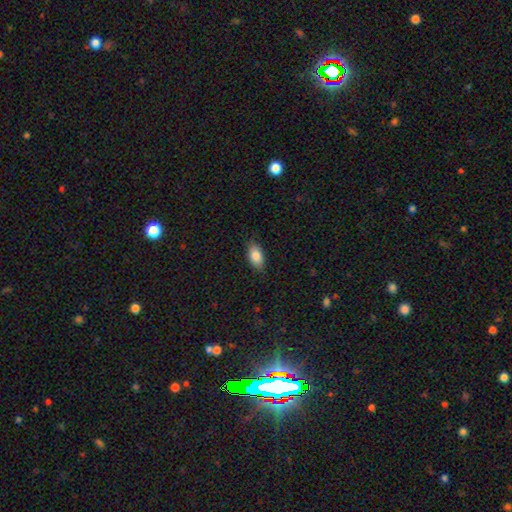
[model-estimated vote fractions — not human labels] This is clearly a smooth galaxy (85%). How rounded: clearly in between (92%). Merging: clearly none (85%).